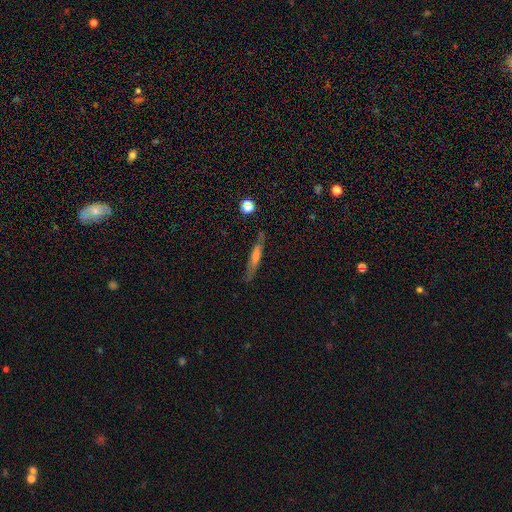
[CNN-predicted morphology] A featured or disk galaxy (47%).

Vote fractions:
- Smooth or featured? featured or disk: 47% / smooth: 44% / star or artifact: 9%
- Merging? none: 81% / minor disturbance: 13% / major disturbance: 3% / merger: 2%